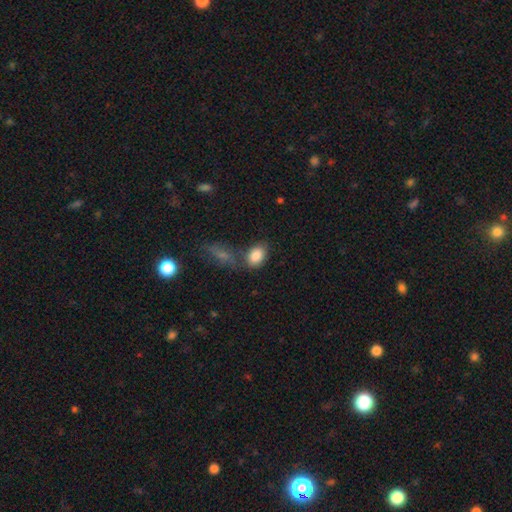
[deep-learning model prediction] Overall: smooth (85%). How rounded: in between (81%). Merging: none (56%; merger 21%).